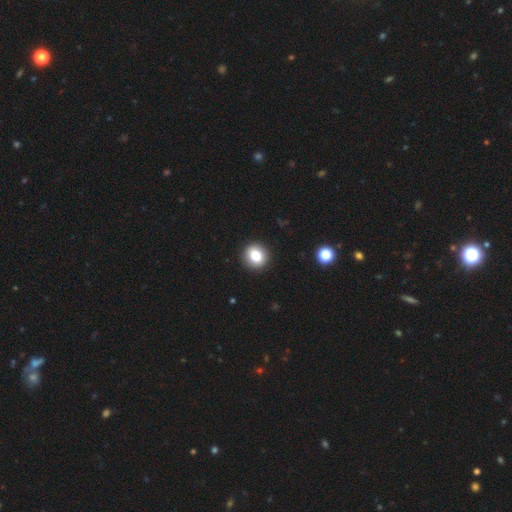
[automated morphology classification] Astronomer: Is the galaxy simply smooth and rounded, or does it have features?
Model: smooth — 80%.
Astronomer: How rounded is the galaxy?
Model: round — 85%.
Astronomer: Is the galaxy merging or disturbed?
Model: none — 92%.